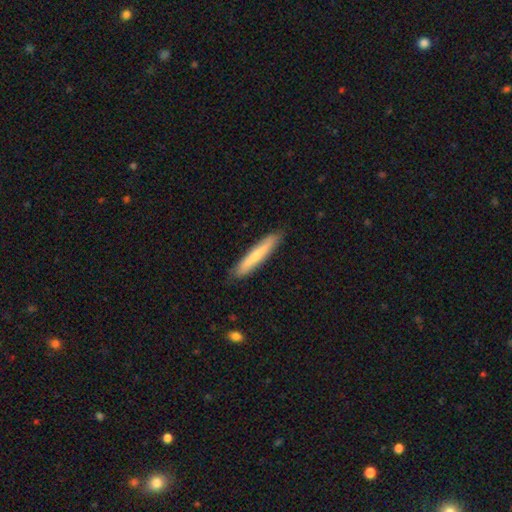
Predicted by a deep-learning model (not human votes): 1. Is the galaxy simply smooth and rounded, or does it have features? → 62% smooth, 32% featured or disk, 5% star or artifact.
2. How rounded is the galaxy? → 92% cigar-shaped, 7% in between, 1% round.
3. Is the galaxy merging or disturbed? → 86% none, 11% minor disturbance, 2% major disturbance, 1% merger.